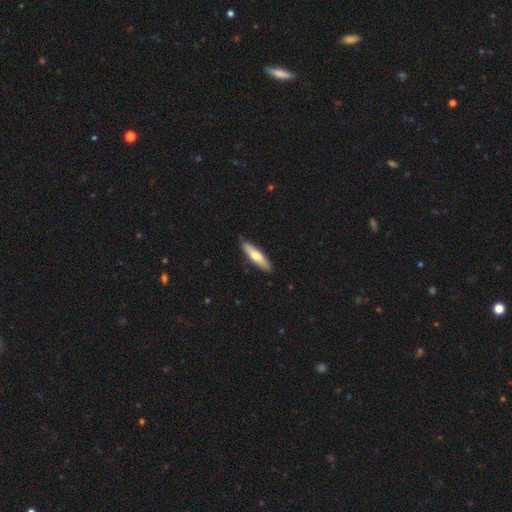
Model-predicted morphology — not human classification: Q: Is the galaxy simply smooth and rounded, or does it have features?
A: smooth — 63%.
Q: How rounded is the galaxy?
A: cigar-shaped — 73%.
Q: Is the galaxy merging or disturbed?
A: none — 86%.